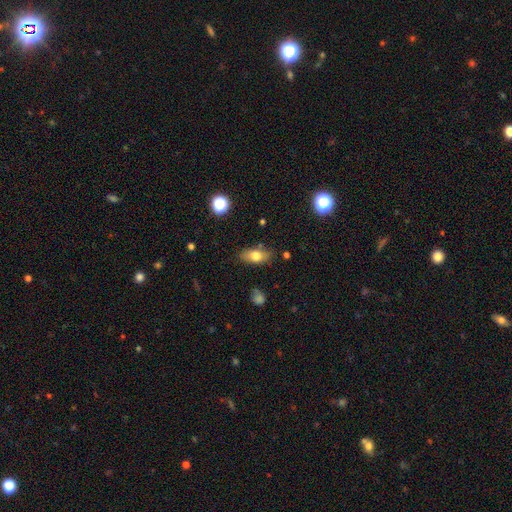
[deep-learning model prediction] Q: Smooth or featured?
A: smooth (73%); runner-up: featured or disk (18%)
Q: How rounded?
A: in between (83%); runner-up: cigar-shaped (10%)
Q: Merging?
A: none (80%); runner-up: minor disturbance (14%)